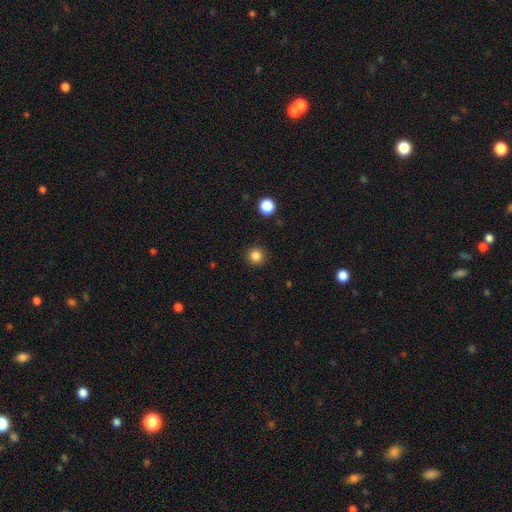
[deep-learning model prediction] smooth 83%, star or artifact 13%, featured or disk 4%. Down the decision tree: how rounded — round (95%); merging — none (92%).